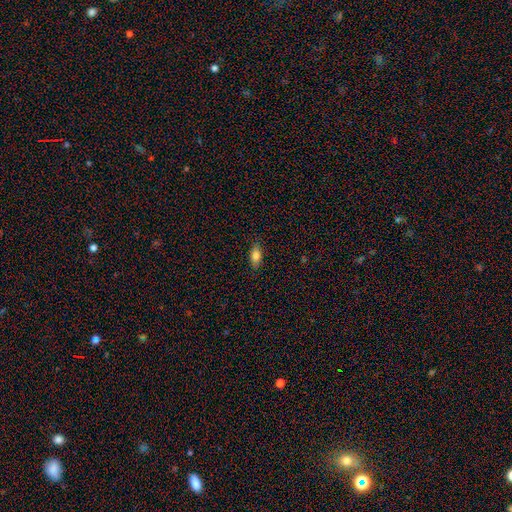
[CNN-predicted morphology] smooth 79%, featured or disk 14%, star or artifact 8%. Down the decision tree: how rounded — in between (83%); merging — none (86%).